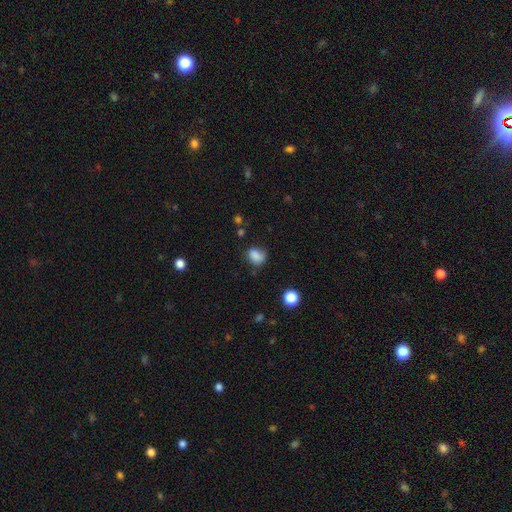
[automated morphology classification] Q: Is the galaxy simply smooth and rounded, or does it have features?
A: smooth — 82%.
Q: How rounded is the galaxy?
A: in between — 55%.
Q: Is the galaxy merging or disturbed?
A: none — 59%.